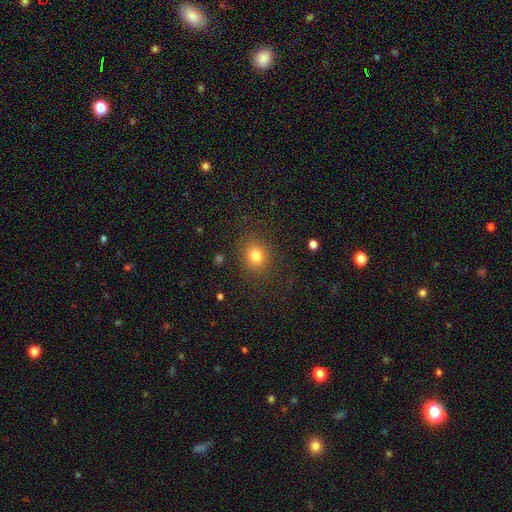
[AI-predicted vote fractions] Smooth or featured: smooth — 80% (star or artifact — 13%)
How rounded: round — 76% (in between — 23%)
Merging: none — 87% (minor disturbance — 8%)